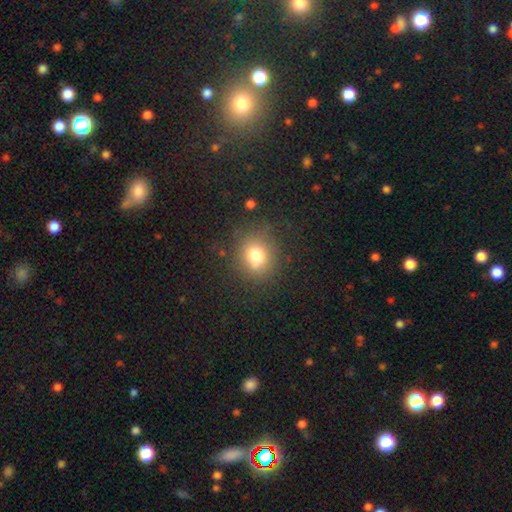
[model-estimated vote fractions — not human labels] smooth 76%, star or artifact 14%, featured or disk 10%. Down the decision tree: how rounded — round (77%); merging — none (76%).